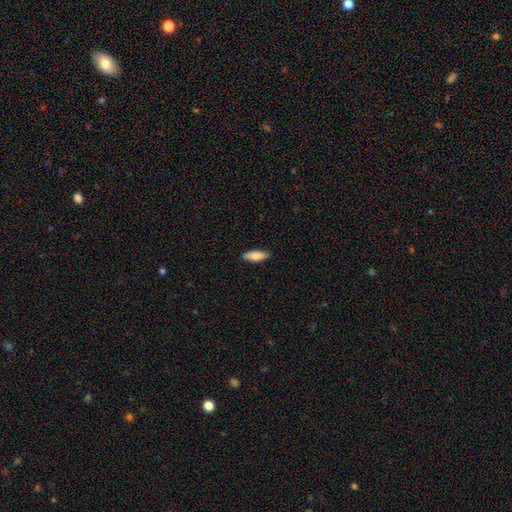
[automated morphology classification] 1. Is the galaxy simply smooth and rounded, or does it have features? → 82% smooth, 12% featured or disk, 6% star or artifact.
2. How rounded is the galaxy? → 64% in between, 34% cigar-shaped, 2% round.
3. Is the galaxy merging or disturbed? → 88% none, 9% minor disturbance, 2% major disturbance, 1% merger.